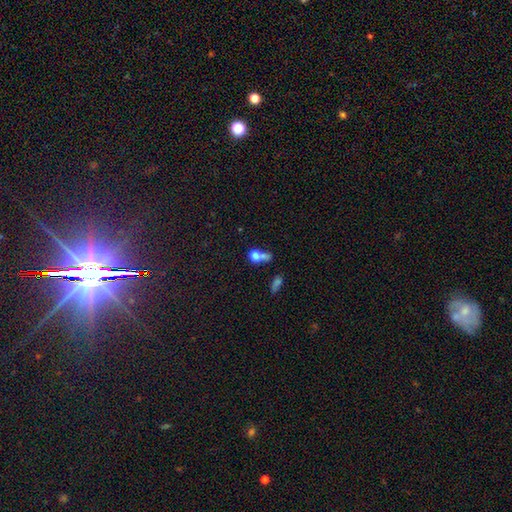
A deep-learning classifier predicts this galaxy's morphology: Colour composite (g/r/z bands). It shows a smooth galaxy with no disk features (72%) that is round (57%). Merging: merger (53%).